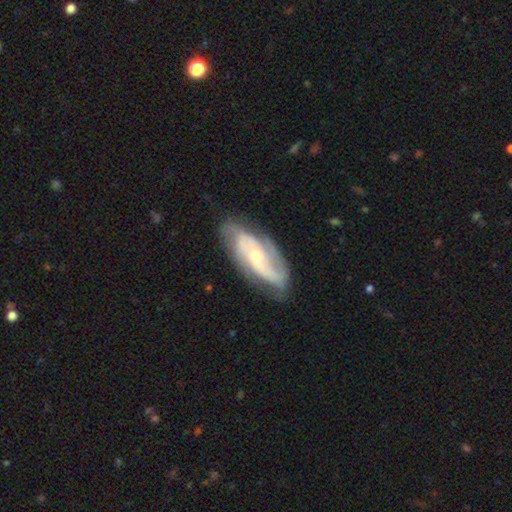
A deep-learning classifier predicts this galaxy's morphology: Smooth or featured? Predicted: featured or disk (p=0.82). Edge-on disk? Predicted: no (p=0.92). Bar? Predicted: no (p=0.55). Spiral arms? Predicted: yes (p=0.93). Spiral winding? Predicted: medium (p=0.43). Spiral arm count? Predicted: 2 (p=0.56). Bulge size? Predicted: small (p=0.52). Merging? Predicted: none (p=0.72).